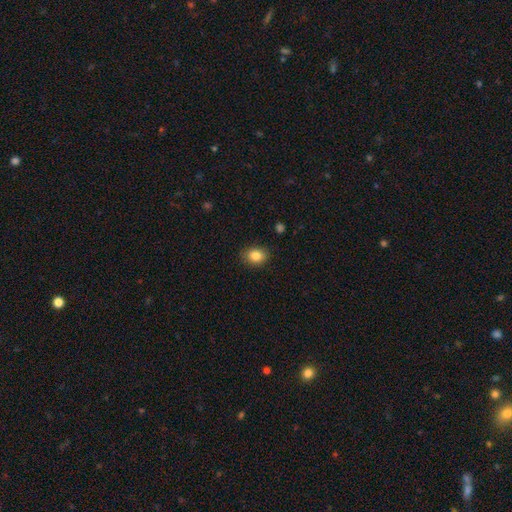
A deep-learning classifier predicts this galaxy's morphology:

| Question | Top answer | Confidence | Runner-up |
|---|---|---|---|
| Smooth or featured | smooth | 85% | star or artifact (9%) |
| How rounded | in between | 58% | round (41%) |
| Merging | none | 87% | minor disturbance (9%) |